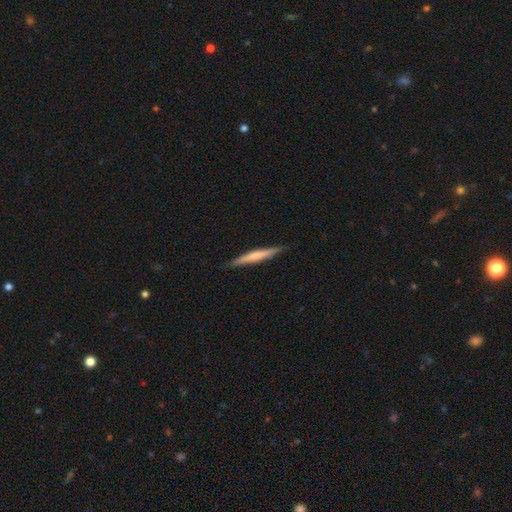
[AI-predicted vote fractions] This is possibly a smooth galaxy (49%). Merging: clearly none (90%).